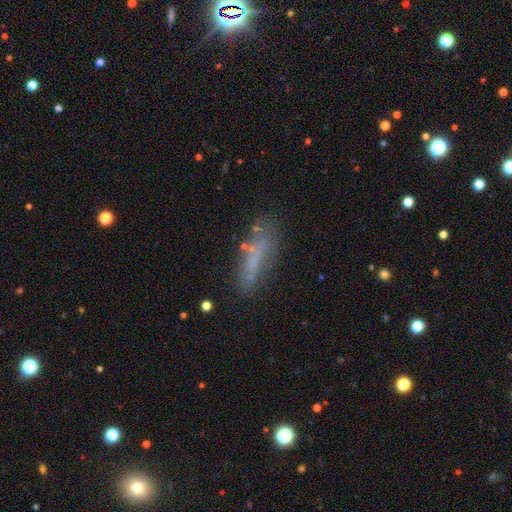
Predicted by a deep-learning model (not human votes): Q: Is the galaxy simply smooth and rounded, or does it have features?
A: smooth — 53%.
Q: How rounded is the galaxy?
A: cigar-shaped — 70%.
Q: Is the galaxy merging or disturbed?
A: none — 63%.